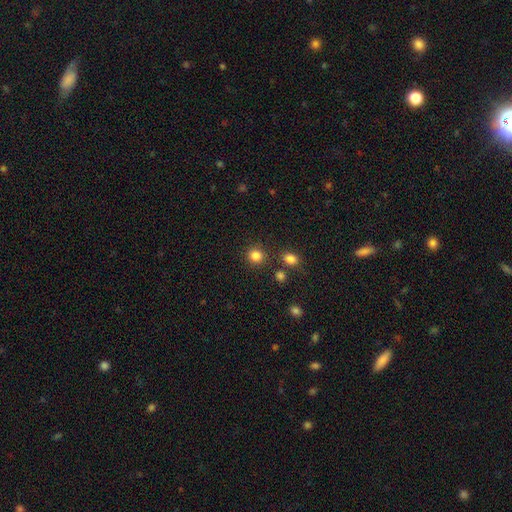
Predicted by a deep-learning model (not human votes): smooth 84%, star or artifact 12%, featured or disk 4%. Down the decision tree: how rounded — round (89%); merging — none (85%).